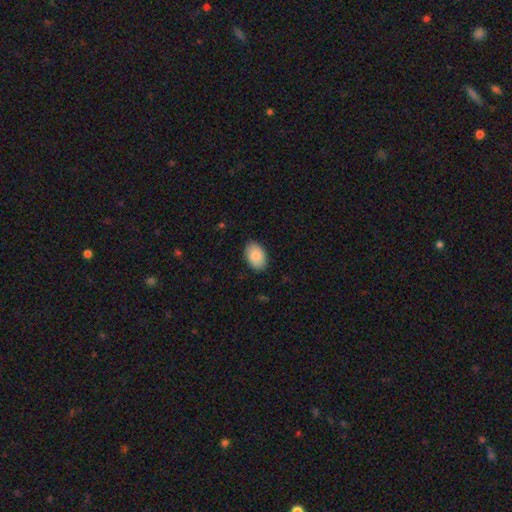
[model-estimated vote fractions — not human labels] This is clearly a smooth galaxy (88%). How rounded: clearly in between (90%). Merging: clearly none (86%).